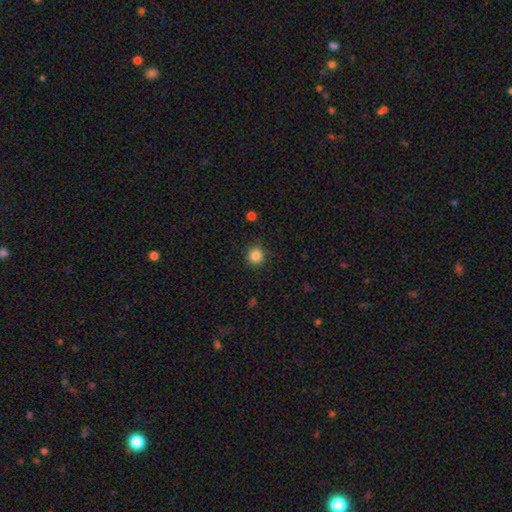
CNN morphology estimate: Q: Smooth or featured?
A: smooth (86%); runner-up: star or artifact (11%)
Q: How rounded?
A: round (91%); runner-up: in between (8%)
Q: Merging?
A: none (89%); runner-up: minor disturbance (8%)